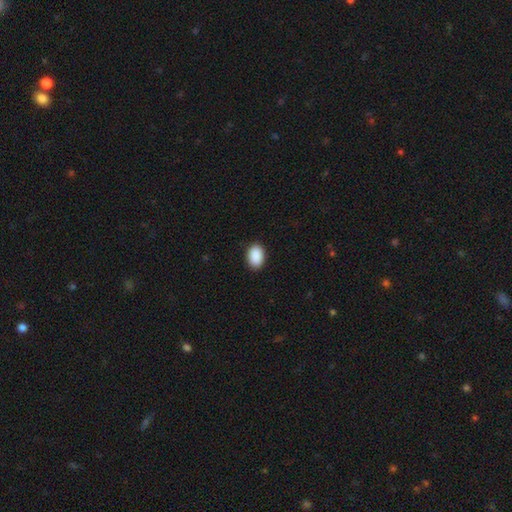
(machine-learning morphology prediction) This appears to be a smooth galaxy with no disk features (91%) that is in between round and cigar-shaped (87%). Merging: none (90%).